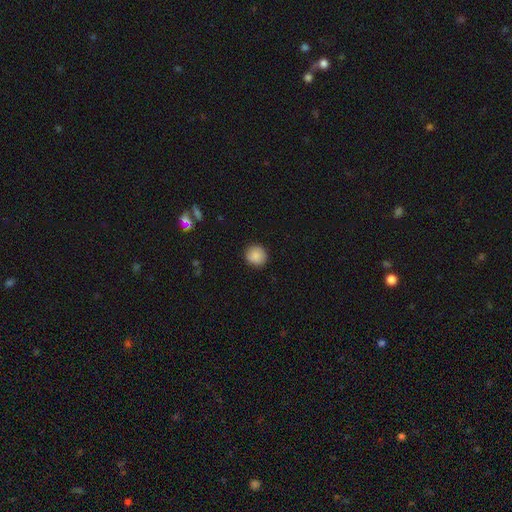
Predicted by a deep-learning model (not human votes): Overall: smooth (88%). How rounded: round (92%). Merging: none (89%).